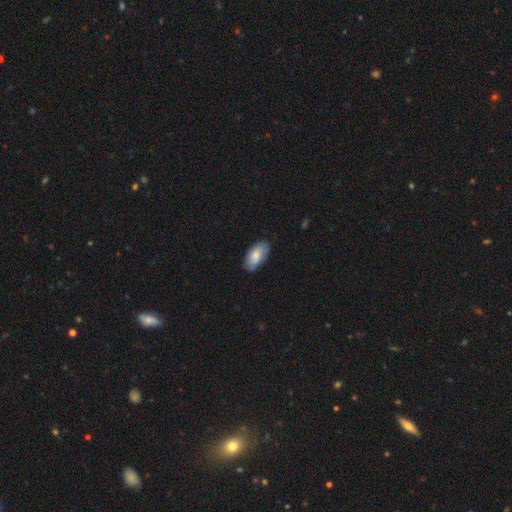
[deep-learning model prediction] This is likely a smooth galaxy (78%). How rounded: clearly in between (94%). Merging: likely none (78%).